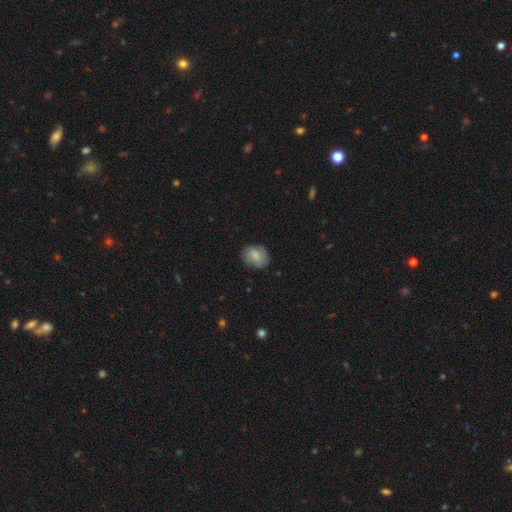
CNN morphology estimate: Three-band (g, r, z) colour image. It shows a smooth galaxy with no disk features (74%) that is round (54%). Merging: none (79%).